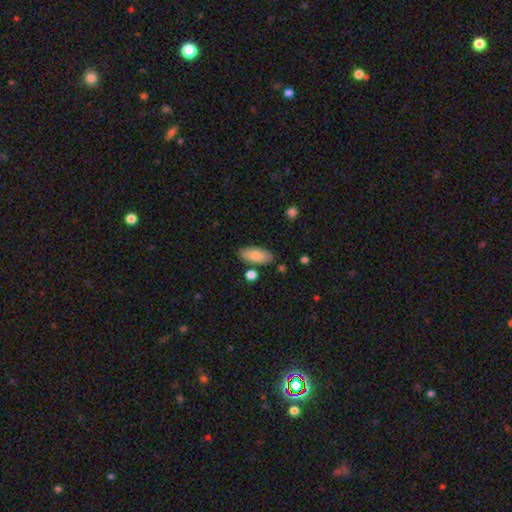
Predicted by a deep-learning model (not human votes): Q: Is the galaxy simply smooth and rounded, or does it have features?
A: smooth — 79%.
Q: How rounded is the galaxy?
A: in between — 88%.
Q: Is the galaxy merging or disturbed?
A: none — 81%.